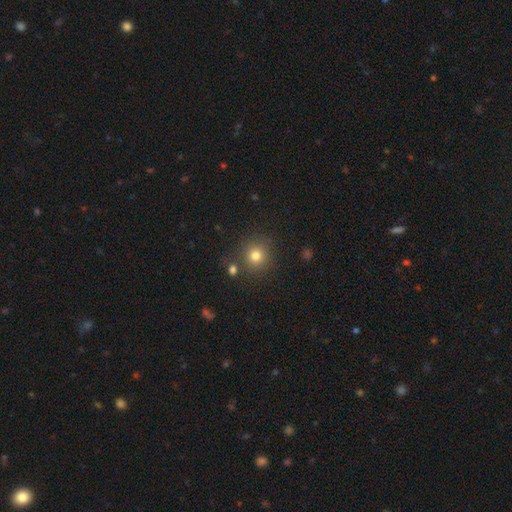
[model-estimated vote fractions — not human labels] Overall: smooth (78%). How rounded: round (91%). Merging: none (82%).